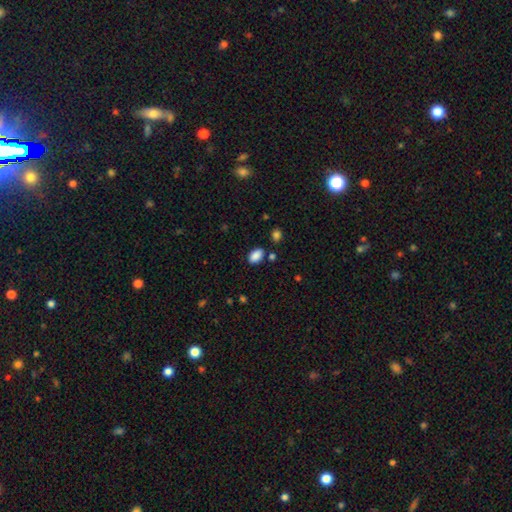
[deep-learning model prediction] Morphology: type=smooth (88%); roundness=in between (91%); merging=none (81%).